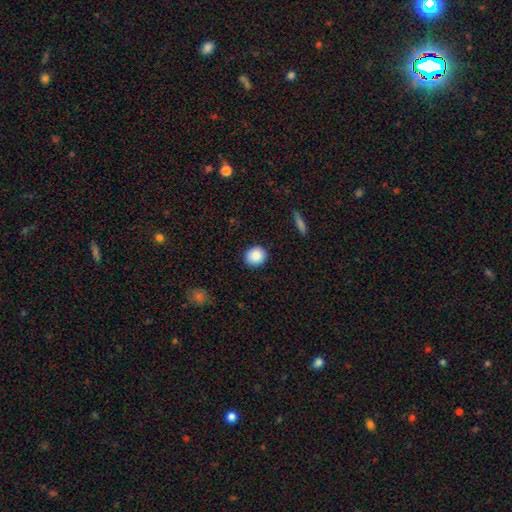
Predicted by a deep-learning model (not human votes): This appears to be a smooth galaxy with no disk features (88%) that is round (79%). Merging: none (90%).